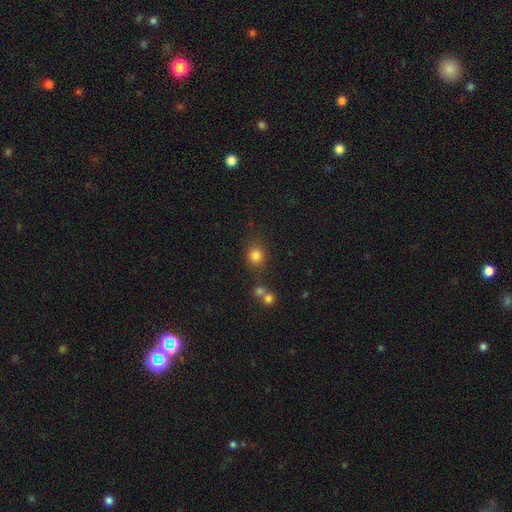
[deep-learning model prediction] A smooth galaxy with no disk features (81%) that is round (82%). Merging: none (78%).